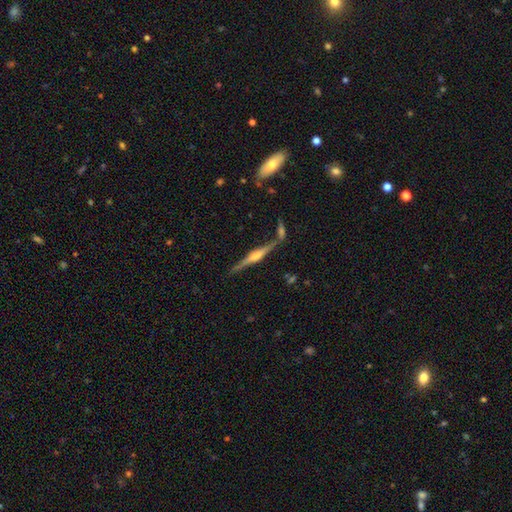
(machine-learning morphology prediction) Smooth or featured: featured or disk — 78% (smooth — 15%)
Edge-on disk: yes — 97% (no — 3%)
Edge-on bulge: rounded — 77% (boxy — 16%)
Merging: none — 74% (merger — 11%)